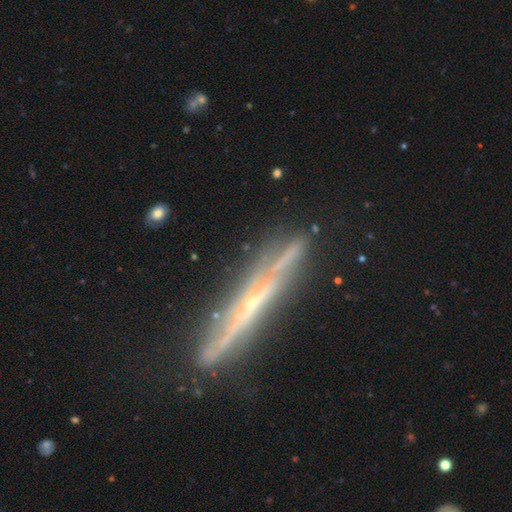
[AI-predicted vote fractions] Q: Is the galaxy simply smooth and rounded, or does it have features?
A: featured or disk — 81%.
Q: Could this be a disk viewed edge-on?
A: yes — 91%.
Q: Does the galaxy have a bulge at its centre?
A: none — 49%.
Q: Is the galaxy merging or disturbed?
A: none — 80%.